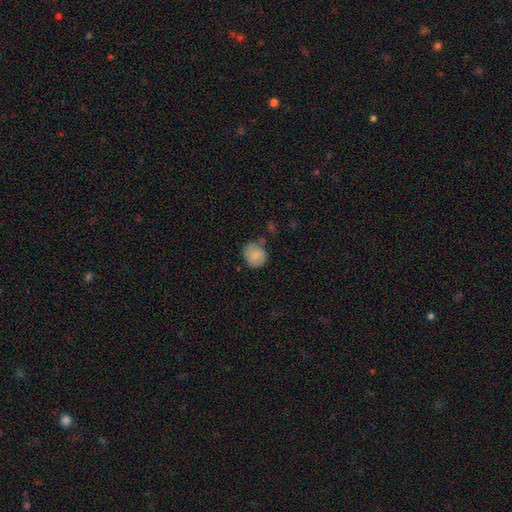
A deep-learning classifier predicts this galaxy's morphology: Smooth or featured: smooth — 74% (featured or disk — 18%)
How rounded: round — 78% (in between — 21%)
Merging: none — 57% (minor disturbance — 28%)